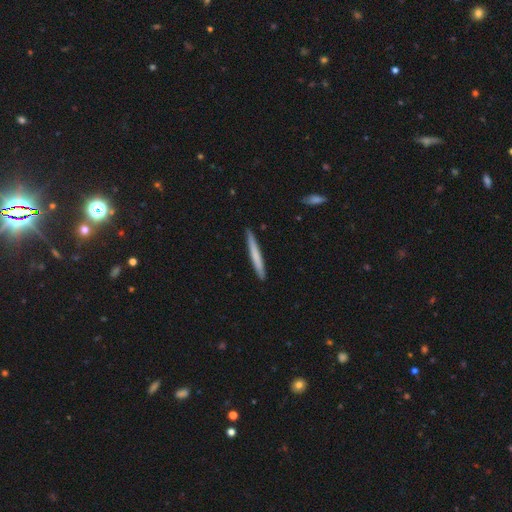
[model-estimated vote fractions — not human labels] This is likely a smooth galaxy (65%). How rounded: clearly cigar-shaped (97%). Merging: clearly none (91%).